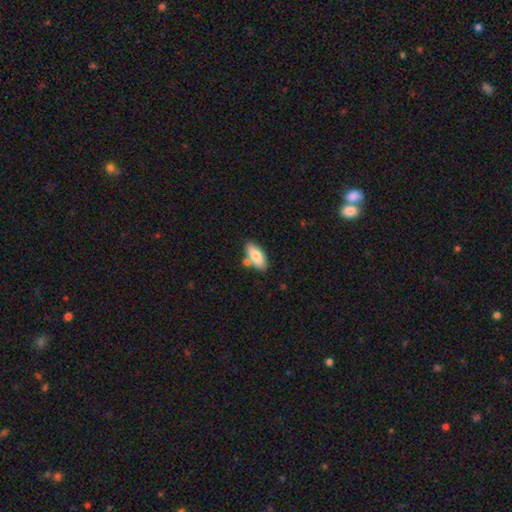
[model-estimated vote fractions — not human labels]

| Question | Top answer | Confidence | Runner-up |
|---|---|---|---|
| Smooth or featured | smooth | 78% | featured or disk (16%) |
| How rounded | in between | 83% | cigar-shaped (14%) |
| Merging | none | 70% | minor disturbance (14%) |